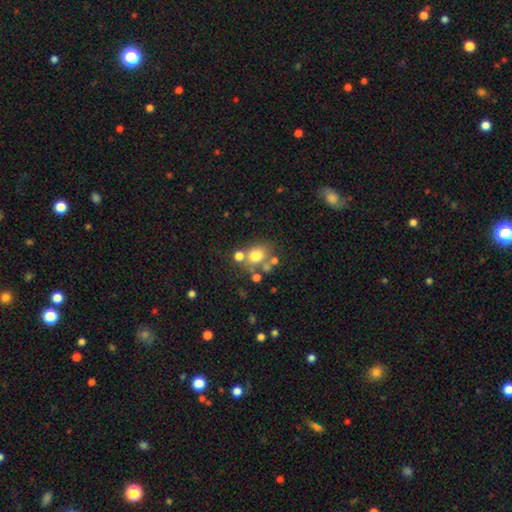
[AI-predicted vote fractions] This is likely a smooth galaxy (69%). How rounded: likely round (67%). Merging: possibly none (54%).